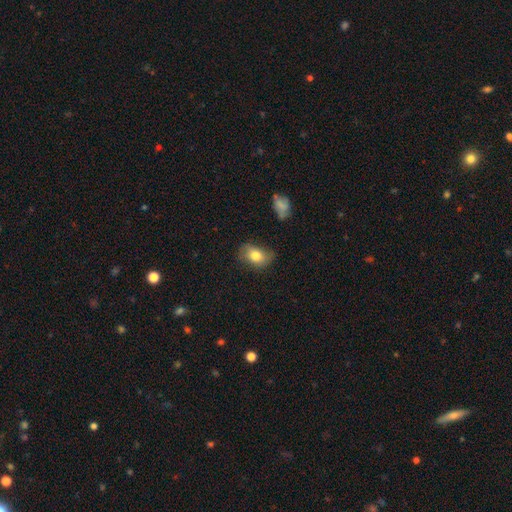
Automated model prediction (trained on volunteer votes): Smooth or featured? Predicted: smooth (p=0.75). How rounded? Predicted: in between (p=0.79). Merging? Predicted: none (p=0.61).